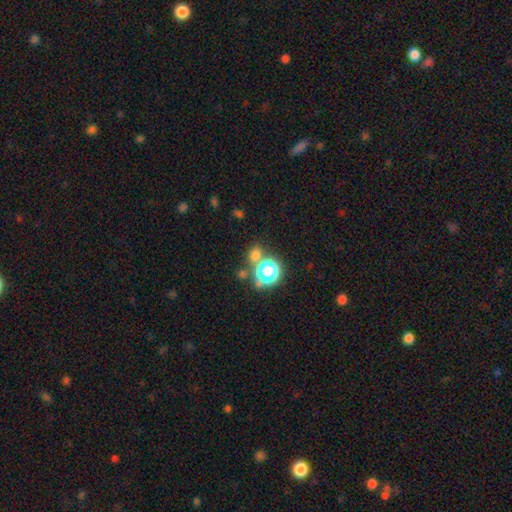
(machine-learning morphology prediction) smooth 62%, star or artifact 31%, featured or disk 7%. Down the decision tree: how rounded — round (71%); merging — none (67%).